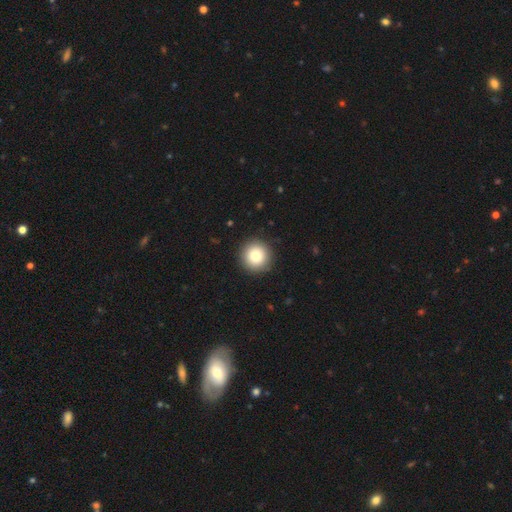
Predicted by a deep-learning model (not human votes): smooth_or_featured: smooth (p=0.80) [alt: featured or disk p=0.10]
how_rounded: round (p=0.96) [alt: in between p=0.03]
merging: none (p=0.92) [alt: minor disturbance p=0.06]